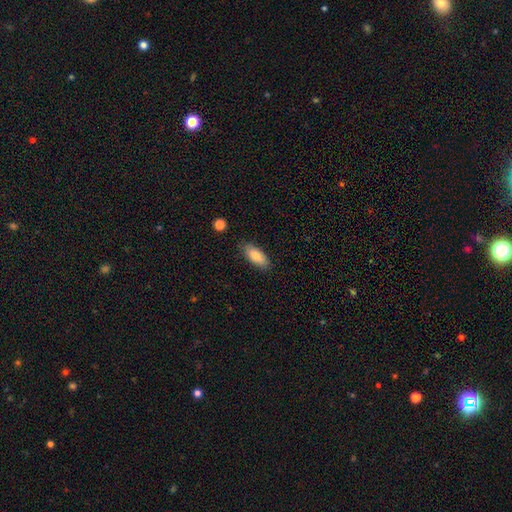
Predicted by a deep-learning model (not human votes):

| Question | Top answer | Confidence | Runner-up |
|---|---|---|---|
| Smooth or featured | smooth | 84% | featured or disk (10%) |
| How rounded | in between | 85% | cigar-shaped (13%) |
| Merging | none | 80% | minor disturbance (15%) |